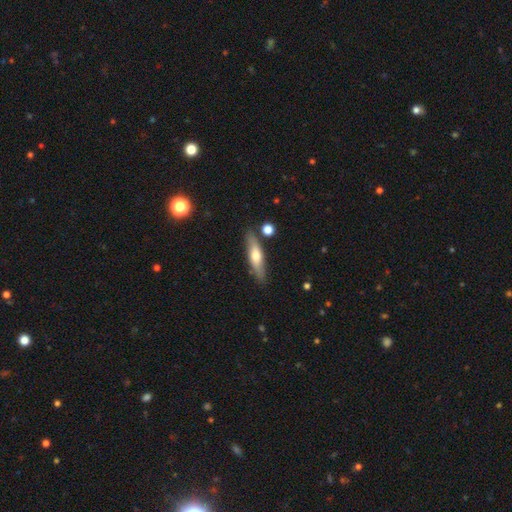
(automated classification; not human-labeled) Smooth or featured?
  - smooth: 54% *
  - featured or disk: 40%
  - star or artifact: 6%
How rounded?
  - cigar-shaped: 73% *
  - in between: 25%
  - round: 2%
Merging?
  - none: 82% *
  - minor disturbance: 11%
  - merger: 4%
  - major disturbance: 2%